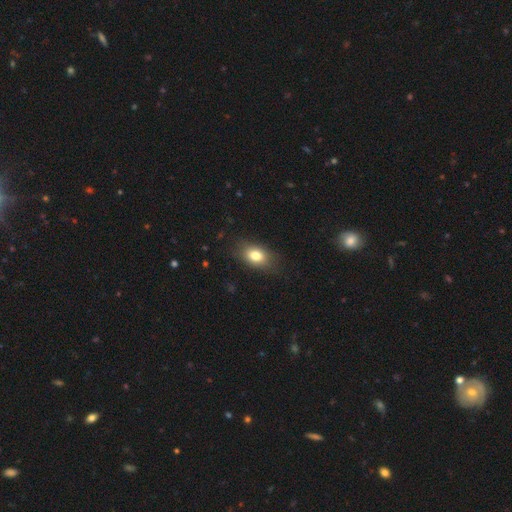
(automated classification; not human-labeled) smooth_or_featured: smooth (p=0.79) [alt: featured or disk p=0.11]
how_rounded: in between (p=0.81) [alt: round p=0.16]
merging: none (p=0.81) [alt: minor disturbance p=0.14]